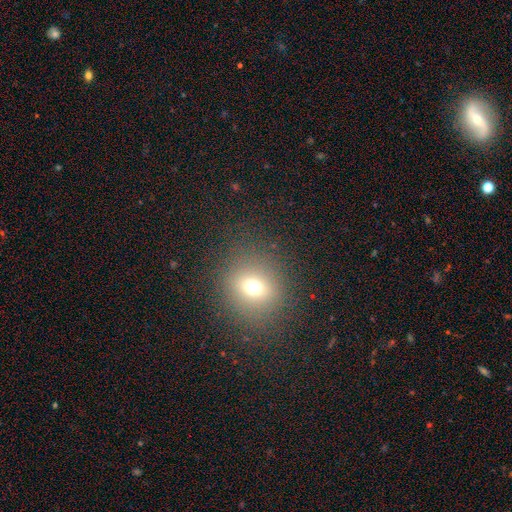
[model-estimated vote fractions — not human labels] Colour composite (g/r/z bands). It shows a smooth galaxy with no disk features (63%) that is round (71%). Merging: none (90%).